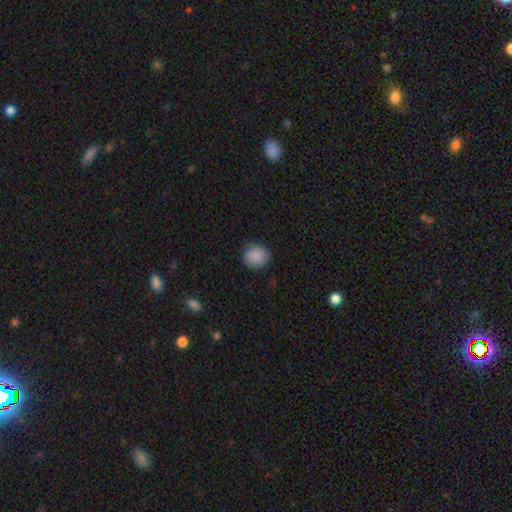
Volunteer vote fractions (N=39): This appears to be a smooth galaxy with no disk features (90%) that is round (86%). Merging: none (84%).